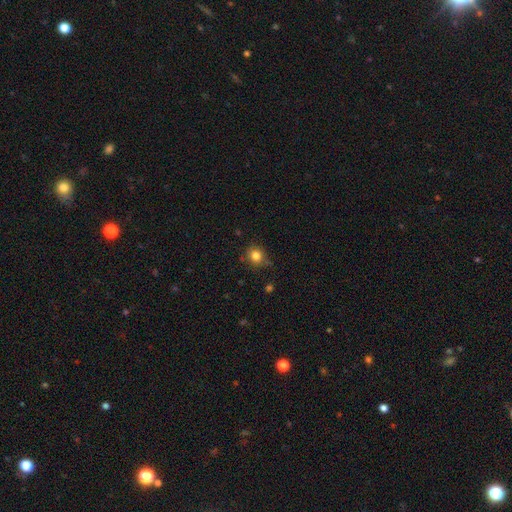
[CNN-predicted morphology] smooth-or-featured: smooth: 82% | star or artifact: 12% | featured or disk: 6%
  how-rounded: round: 85% | in between: 14% | cigar-shaped: 1%
  merging: none: 77% | minor disturbance: 17% | major disturbance: 4% | merger: 3%